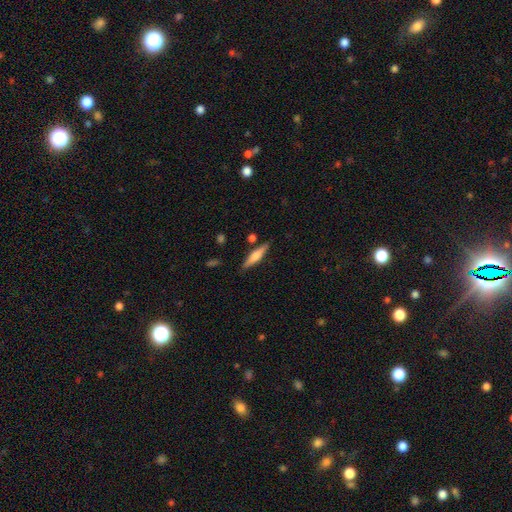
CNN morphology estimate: type=smooth (59%); roundness=cigar-shaped (79%); merging=none (84%).